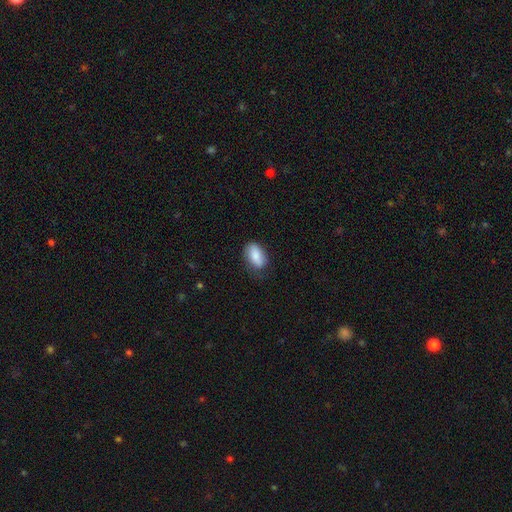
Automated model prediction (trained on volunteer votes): The model was most divided on "merging": none: 67%, minor disturbance: 26%, major disturbance: 6%, merger: 1%. More confident: how rounded — in between (91%); smooth or featured — smooth (84%).